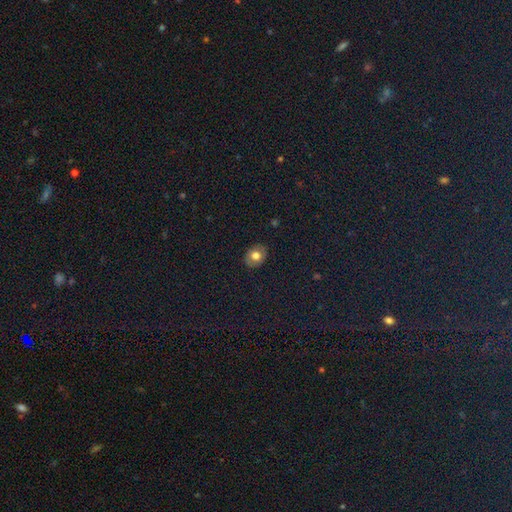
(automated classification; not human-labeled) The model was most divided on "how rounded": in between: 51%, round: 48%, cigar-shaped: 1%. More confident: merging — none (86%); smooth or featured — smooth (72%).